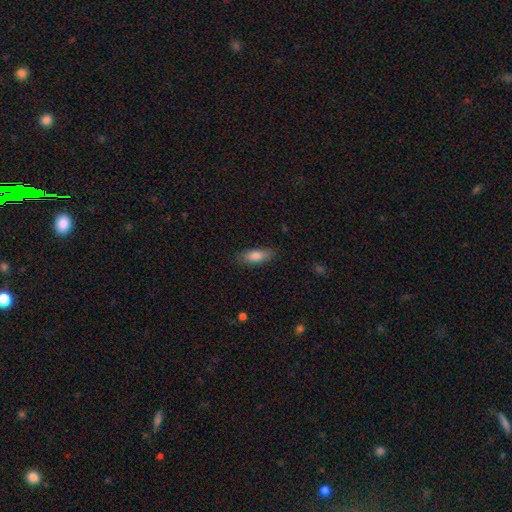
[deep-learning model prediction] Smooth or featured? Predicted: smooth (p=0.81). How rounded? Predicted: in between (p=0.68). Merging? Predicted: none (p=0.83).